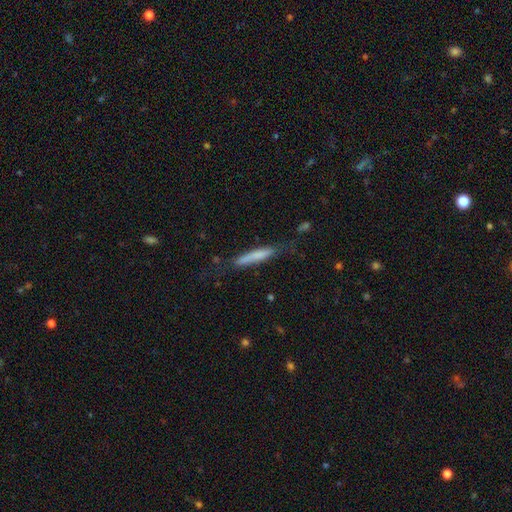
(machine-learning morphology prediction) smooth-or-featured: smooth: 71% | featured or disk: 23% | star or artifact: 7%
  how-rounded: cigar-shaped: 93% | in between: 6% | round: 1%
  merging: none: 68% | minor disturbance: 23% | major disturbance: 7% | merger: 2%